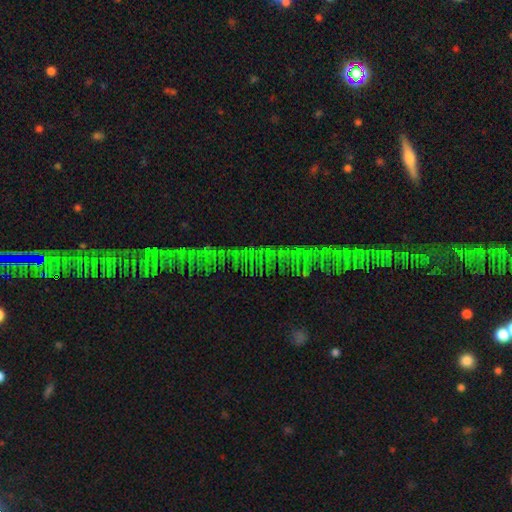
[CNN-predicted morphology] smooth-or-featured: star or artifact: 77% | featured or disk: 14% | smooth: 9%